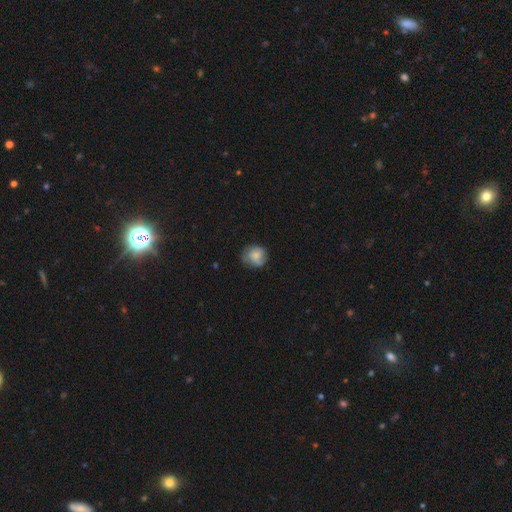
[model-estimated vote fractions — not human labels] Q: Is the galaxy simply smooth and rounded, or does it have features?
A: smooth — 67%.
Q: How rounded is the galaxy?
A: round — 78%.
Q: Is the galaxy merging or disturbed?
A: none — 65%.